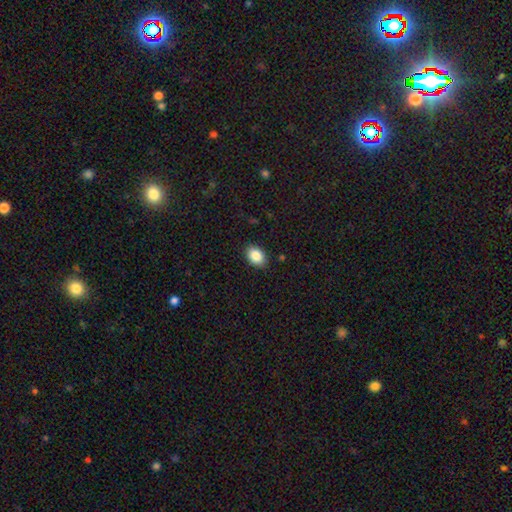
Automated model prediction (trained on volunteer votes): smooth-or-featured: smooth: 87% | star or artifact: 8% | featured or disk: 5%
  how-rounded: in between: 78% | round: 21% | cigar-shaped: 1%
  merging: none: 88% | minor disturbance: 9% | major disturbance: 2% | merger: 1%